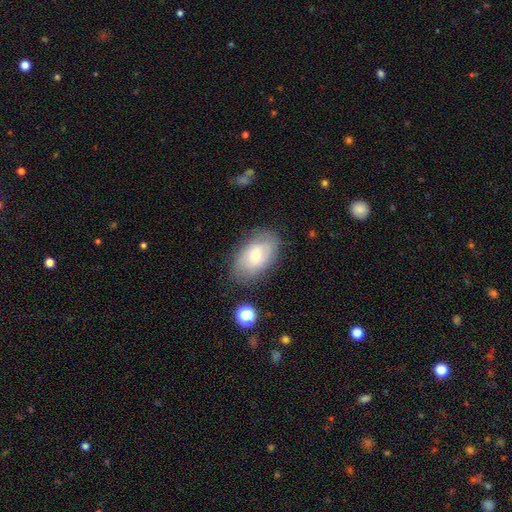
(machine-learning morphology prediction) A smooth galaxy with no disk features (58%) that is in between round and cigar-shaped (88%). Merging: none (78%).